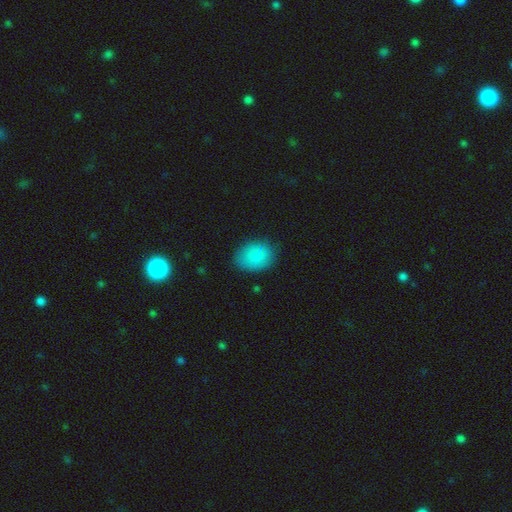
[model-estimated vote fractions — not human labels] Smooth or featured? Predicted: smooth (p=0.85). How rounded? Predicted: in between (p=0.66). Merging? Predicted: none (p=0.79).